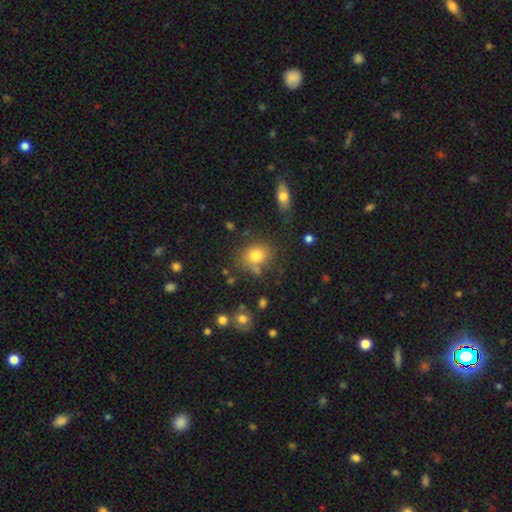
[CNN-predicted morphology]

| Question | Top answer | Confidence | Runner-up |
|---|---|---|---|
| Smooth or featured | smooth | 78% | star or artifact (12%) |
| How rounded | round | 55% | in between (44%) |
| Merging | none | 68% | minor disturbance (17%) |